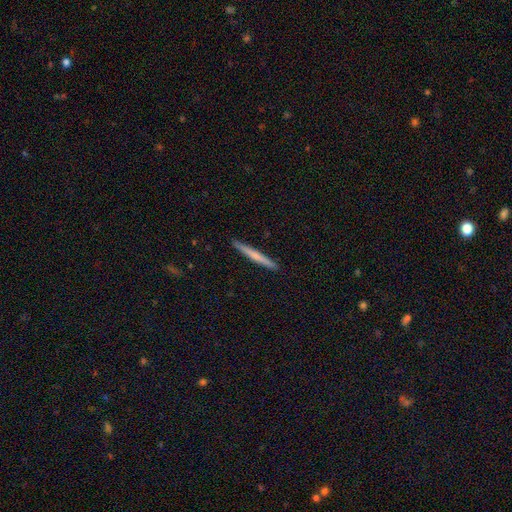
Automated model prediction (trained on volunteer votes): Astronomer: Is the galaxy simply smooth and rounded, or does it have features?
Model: smooth — 56% (runner-up: featured or disk, 38%).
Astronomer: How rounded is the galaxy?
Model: cigar-shaped — 97%.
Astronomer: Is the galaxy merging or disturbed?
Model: none — 92%.